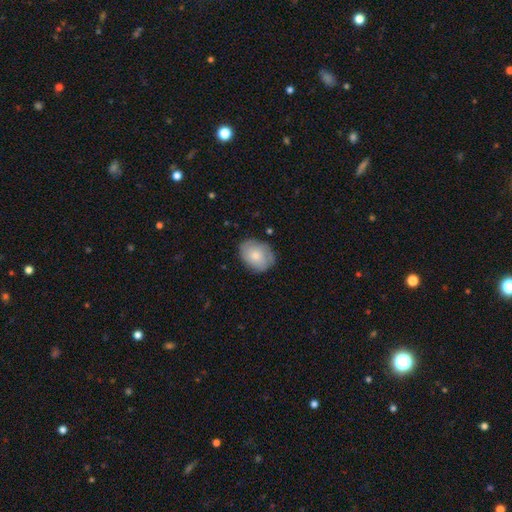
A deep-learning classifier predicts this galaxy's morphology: smooth 74%, featured or disk 19%, star or artifact 6%. Down the decision tree: how rounded — in between (62%); merging — none (75%).